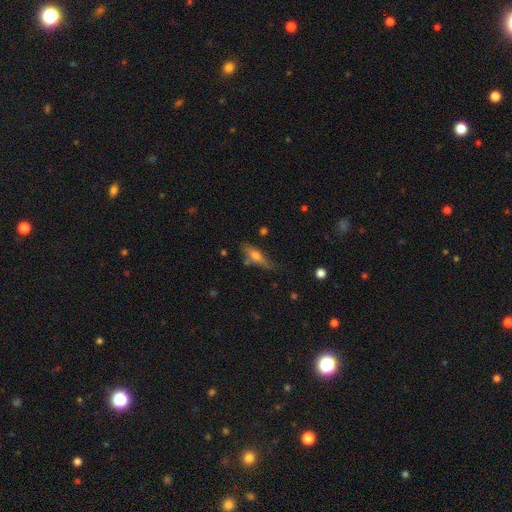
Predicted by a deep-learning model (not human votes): Smooth or featured: smooth — 47% (featured or disk — 44%)
Merging: none — 67% (minor disturbance — 21%)